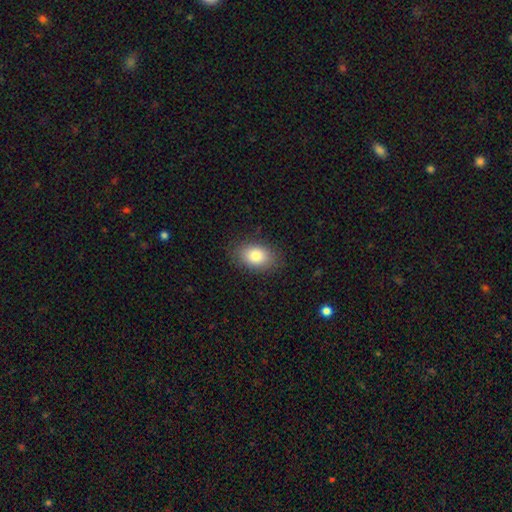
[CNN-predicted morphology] A smooth galaxy with no disk features (83%) that is in between round and cigar-shaped (86%). Merging: none (85%).